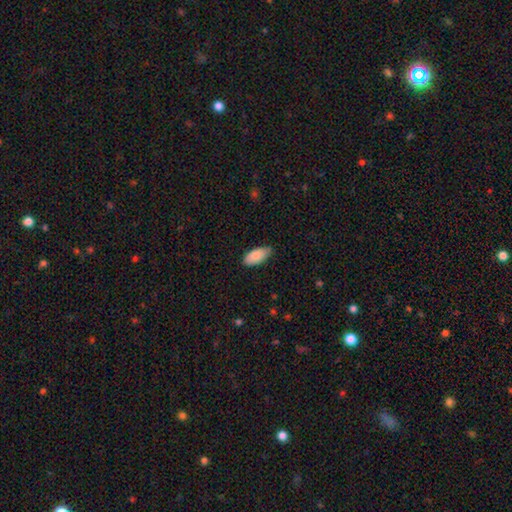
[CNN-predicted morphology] smooth-or-featured: smooth: 85% | featured or disk: 9% | star or artifact: 6%
  how-rounded: in between: 92% | cigar-shaped: 6% | round: 2%
  merging: none: 75% | minor disturbance: 21% | major disturbance: 3% | merger: 1%